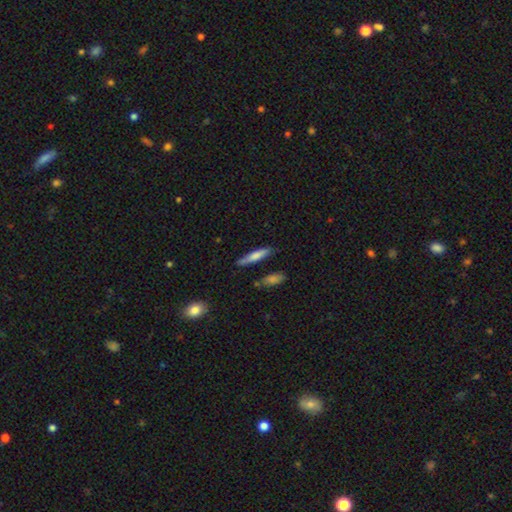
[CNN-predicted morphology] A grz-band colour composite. It shows a smooth galaxy with no disk features (71%) that is cigar-shaped (84%). Merging: none (80%).